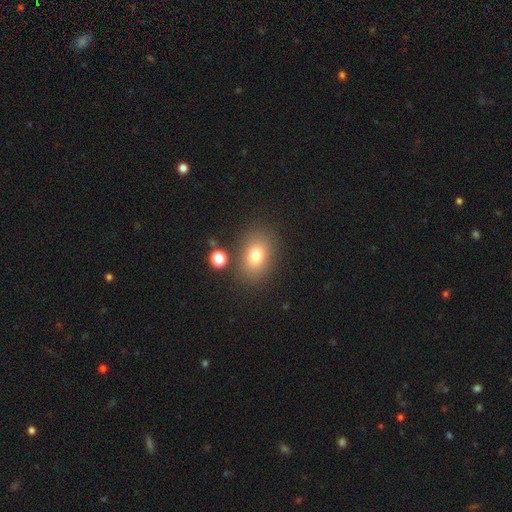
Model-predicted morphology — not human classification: Smooth or featured?
  - smooth: 78% *
  - star or artifact: 12%
  - featured or disk: 10%
How rounded?
  - in between: 73% *
  - round: 25%
  - cigar-shaped: 1%
Merging?
  - none: 81% *
  - minor disturbance: 10%
  - merger: 5%
  - major disturbance: 4%